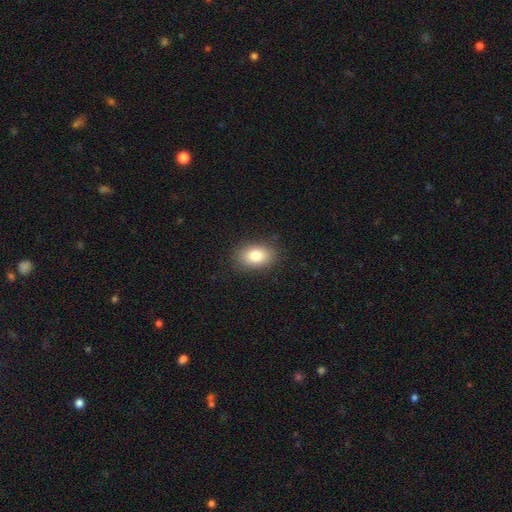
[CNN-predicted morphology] Smooth or featured? smooth (82%)
How rounded? in between (85%)
Merging? none (87%)